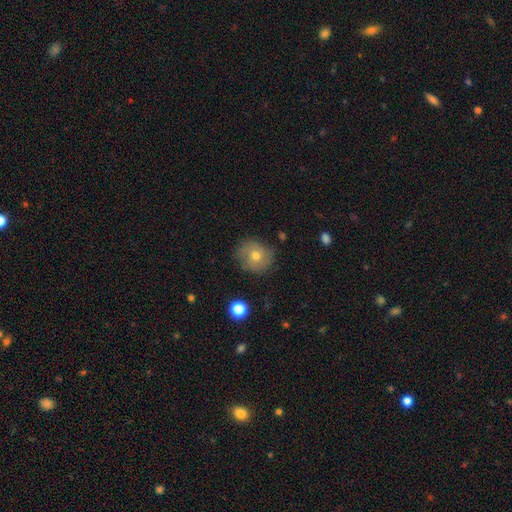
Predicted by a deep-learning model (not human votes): smooth 61%, featured or disk 28%, star or artifact 11%. Down the decision tree: how rounded — round (83%); merging — none (78%).